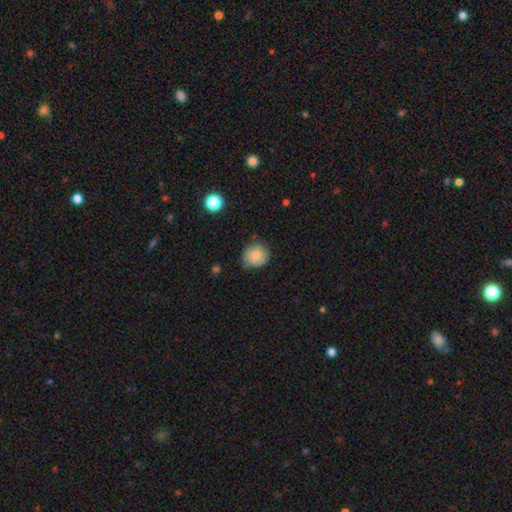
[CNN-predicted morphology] Q: Smooth or featured?
A: smooth (81%); runner-up: featured or disk (10%)
Q: How rounded?
A: round (86%); runner-up: in between (14%)
Q: Merging?
A: none (72%); runner-up: minor disturbance (23%)